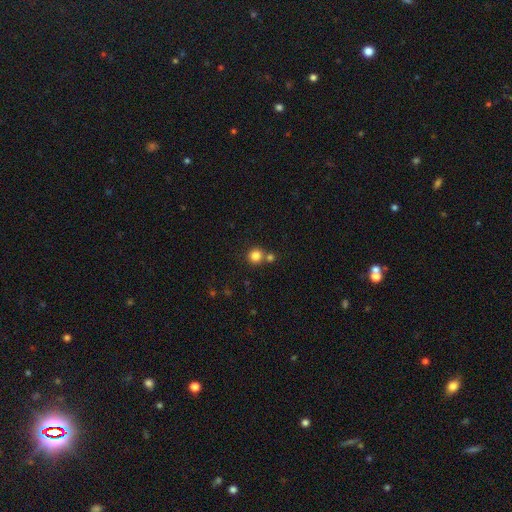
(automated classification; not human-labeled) smooth 83%, star or artifact 12%, featured or disk 5%. Down the decision tree: how rounded — round (92%); merging — none (66%).